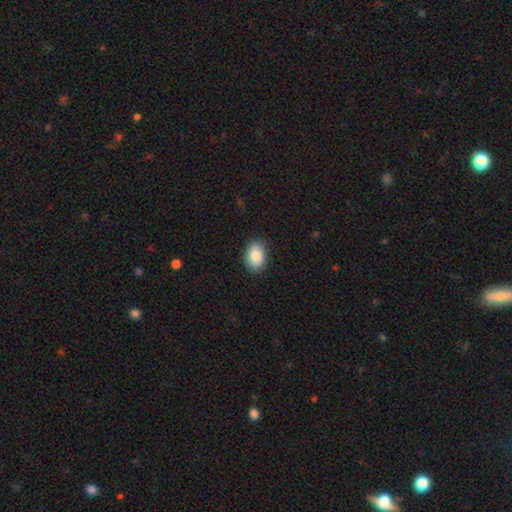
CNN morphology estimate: A smooth galaxy with no disk features (83%) that is in between round and cigar-shaped (74%).

Vote fractions:
- Smooth or featured? smooth: 83% / featured or disk: 10% / star or artifact: 7%
- How rounded? in between: 74% / round: 25% / cigar-shaped: 1%
- Merging? none: 84% / minor disturbance: 13% / major disturbance: 2% / merger: 1%